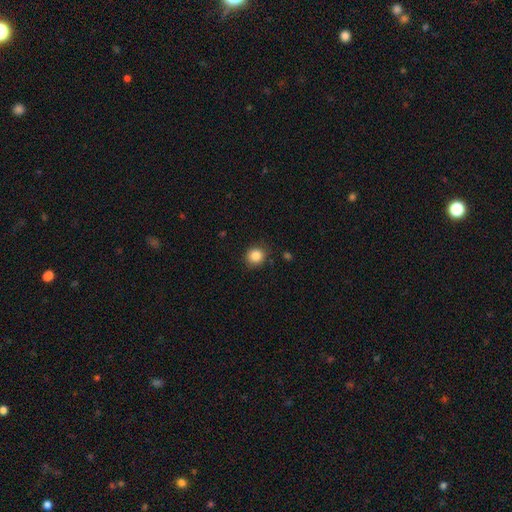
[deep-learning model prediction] Overall: smooth (86%). How rounded: round (87%). Merging: none (85%).